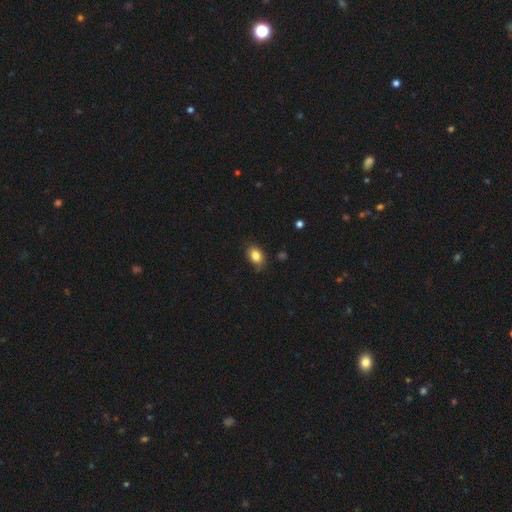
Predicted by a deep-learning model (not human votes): This is clearly a smooth galaxy (85%). How rounded: clearly in between (81%). Merging: likely none (78%).